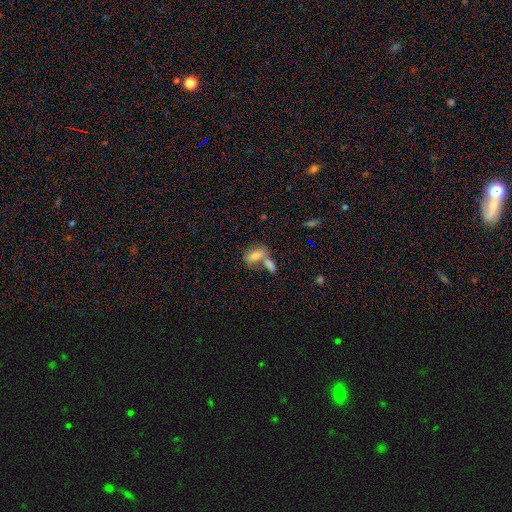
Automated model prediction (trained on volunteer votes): Q: Smooth or featured?
A: smooth (73%); runner-up: featured or disk (18%)
Q: How rounded?
A: in between (85%); runner-up: cigar-shaped (8%)
Q: Merging?
A: merger (56%); runner-up: none (28%)